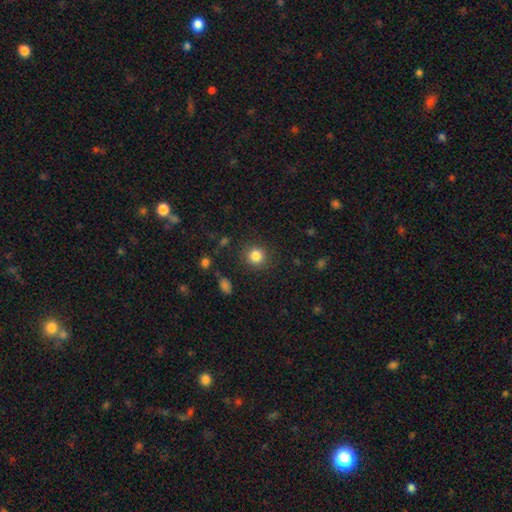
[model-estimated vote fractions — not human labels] Smooth or featured: smooth — 83% (star or artifact — 11%)
How rounded: round — 90% (in between — 9%)
Merging: none — 88% (minor disturbance — 7%)